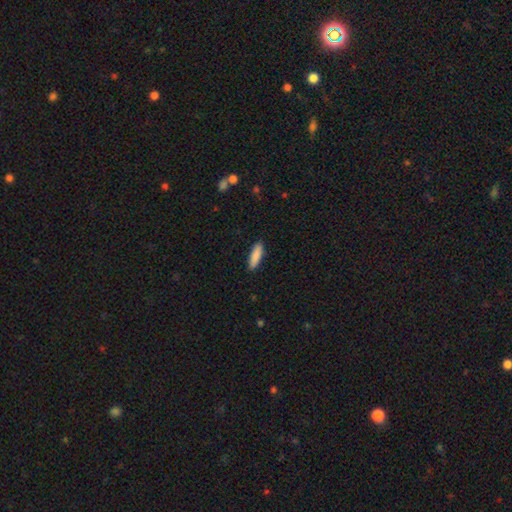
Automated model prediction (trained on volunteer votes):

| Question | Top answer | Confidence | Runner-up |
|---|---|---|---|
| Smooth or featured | smooth | 88% | featured or disk (6%) |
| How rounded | cigar-shaped | 62% | in between (36%) |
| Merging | none | 90% | minor disturbance (7%) |